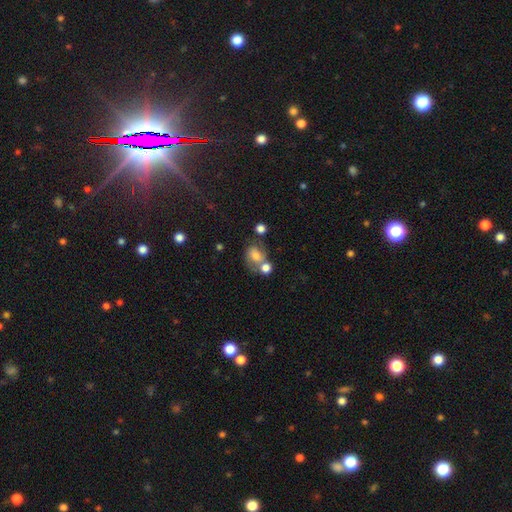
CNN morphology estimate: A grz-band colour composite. It shows a smooth galaxy with no disk features (58%) that is in between round and cigar-shaped (52%). Merging: none (38%).